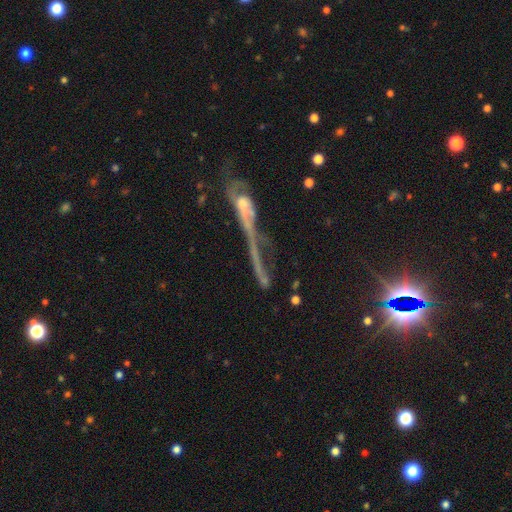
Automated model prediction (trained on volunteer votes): smooth-or-featured: featured or disk: 46% | star or artifact: 36% | smooth: 18%
  merging: major disturbance: 32% | none: 29% | merger: 23% | minor disturbance: 15%